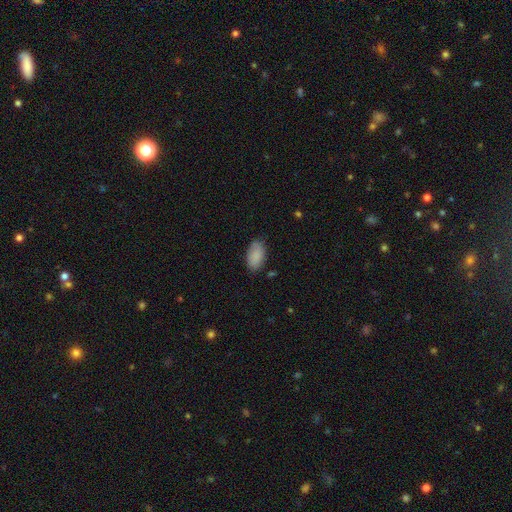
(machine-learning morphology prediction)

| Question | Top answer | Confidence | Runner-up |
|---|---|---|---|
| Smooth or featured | smooth | 89% | star or artifact (6%) |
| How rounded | in between | 95% | round (3%) |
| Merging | none | 83% | minor disturbance (13%) |